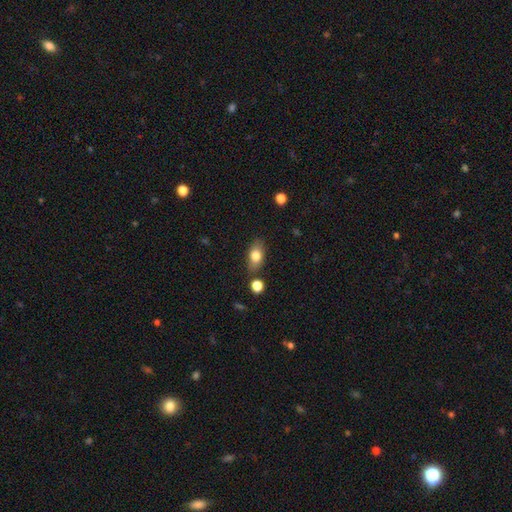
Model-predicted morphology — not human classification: A smooth galaxy with no disk features (78%) that is in between round and cigar-shaped (85%).

Vote fractions:
- Smooth or featured? smooth: 78% / featured or disk: 14% / star or artifact: 8%
- How rounded? in between: 85% / round: 10% / cigar-shaped: 5%
- Merging? none: 79% / minor disturbance: 13% / merger: 5% / major disturbance: 3%